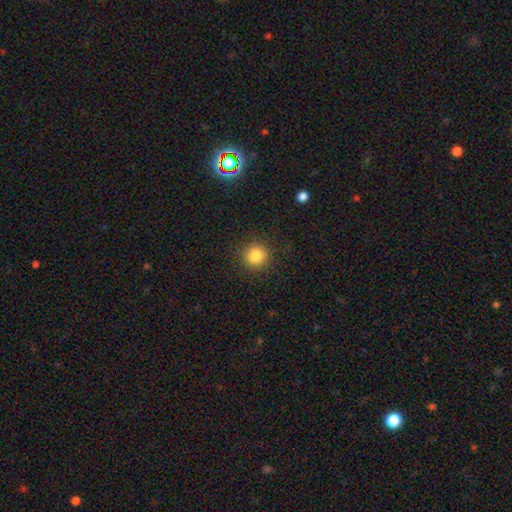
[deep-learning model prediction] Smooth or featured?
  - smooth: 84% *
  - star or artifact: 12%
  - featured or disk: 5%
How rounded?
  - round: 94% *
  - in between: 5%
  - cigar-shaped: 1%
Merging?
  - none: 90% *
  - minor disturbance: 6%
  - major disturbance: 3%
  - merger: 1%